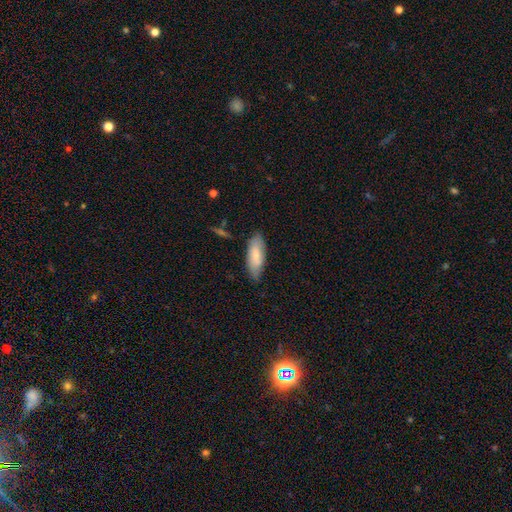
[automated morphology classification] A smooth galaxy with no disk features (73%) that is in between round and cigar-shaped (76%). Merging: none (76%).